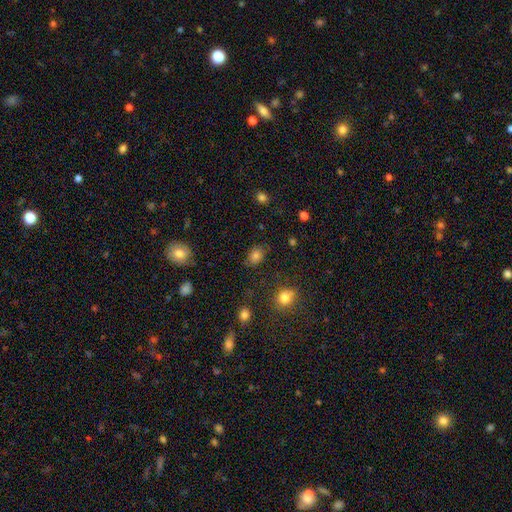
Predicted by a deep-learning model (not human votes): smooth 80%, star or artifact 13%, featured or disk 7%. Down the decision tree: how rounded — in between (67%); merging — none (79%).